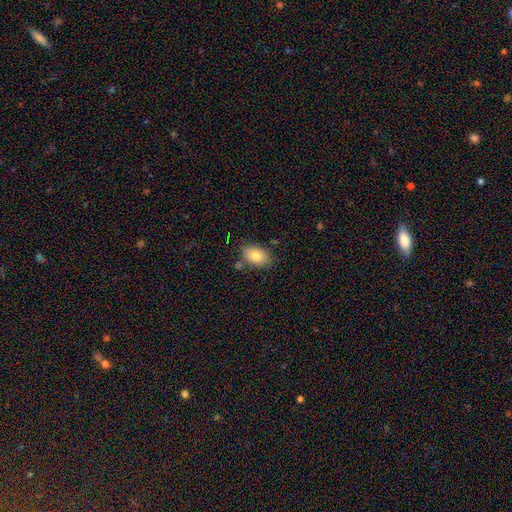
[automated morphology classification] smooth_or_featured: smooth (p=0.81) [alt: featured or disk p=0.11]
how_rounded: in between (p=0.87) [alt: round p=0.11]
merging: none (p=0.76) [alt: minor disturbance p=0.16]